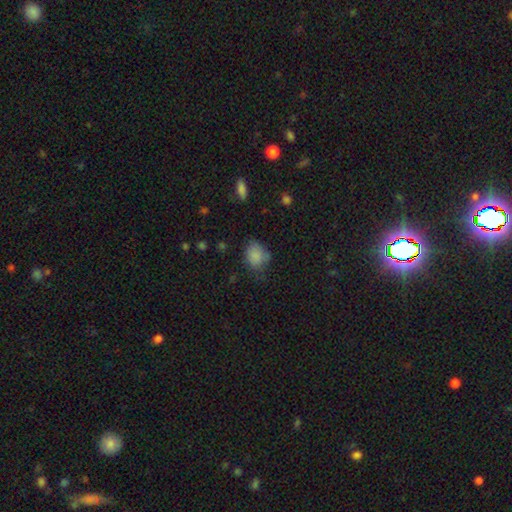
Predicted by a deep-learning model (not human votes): Smooth or featured? Predicted: smooth (p=0.82). How rounded? Predicted: in between (p=0.55). Merging? Predicted: none (p=0.54).